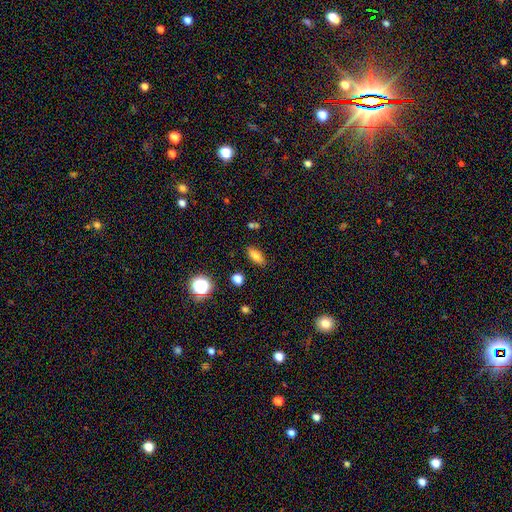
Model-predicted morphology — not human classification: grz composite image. It shows a smooth galaxy with no disk features (79%) that is in between round and cigar-shaped (81%). Merging: none (86%).